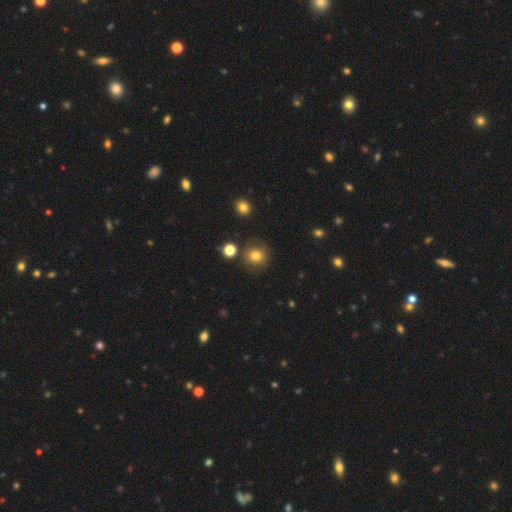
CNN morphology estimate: Smooth or featured?
  - smooth: 79% *
  - star or artifact: 13%
  - featured or disk: 8%
How rounded?
  - round: 89% *
  - in between: 10%
  - cigar-shaped: 1%
Merging?
  - none: 84% *
  - minor disturbance: 9%
  - merger: 4%
  - major disturbance: 3%